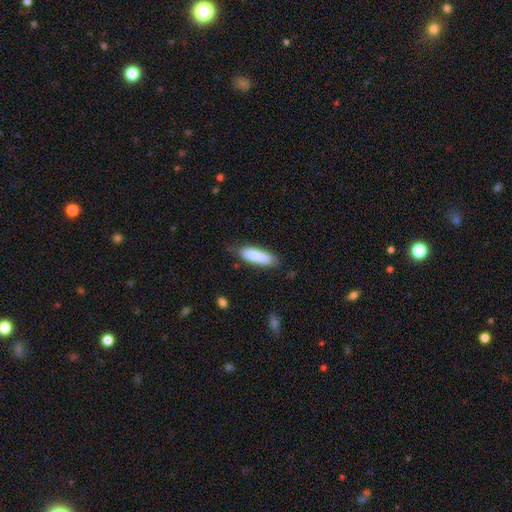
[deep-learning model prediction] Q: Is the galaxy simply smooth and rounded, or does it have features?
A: smooth — 84%.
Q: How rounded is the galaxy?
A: cigar-shaped — 59%.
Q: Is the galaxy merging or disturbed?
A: none — 72%.